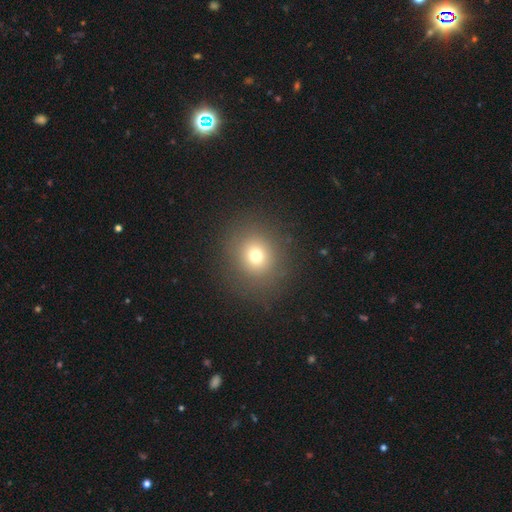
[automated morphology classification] smooth-or-featured: smooth: 71% | star or artifact: 17% | featured or disk: 11%
  how-rounded: round: 84% | in between: 15% | cigar-shaped: 1%
  merging: none: 86% | minor disturbance: 8% | major disturbance: 5% | merger: 1%